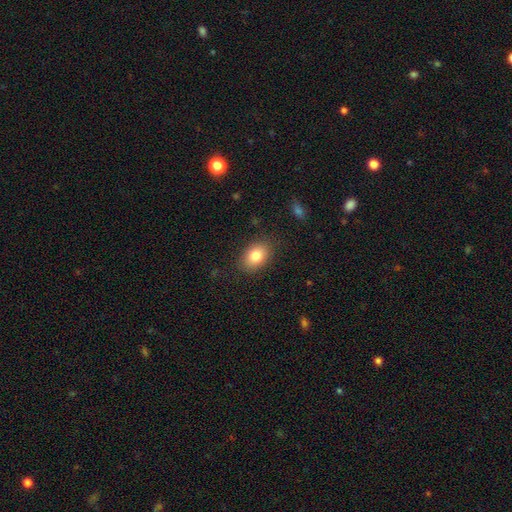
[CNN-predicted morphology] Smooth or featured? smooth (82%)
How rounded? in between (77%)
Merging? none (85%)